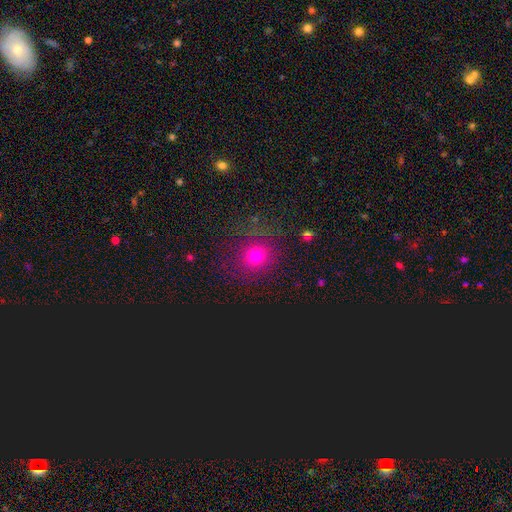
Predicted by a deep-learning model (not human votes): Smooth or featured? smooth (56%)
How rounded? round (88%)
Merging? none (85%)